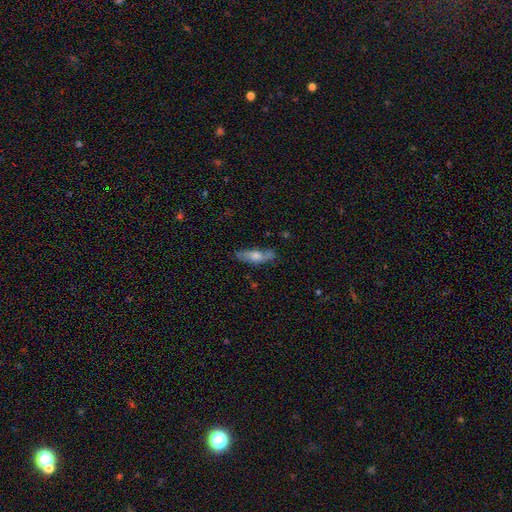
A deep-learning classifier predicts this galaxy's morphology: smooth-or-featured: featured or disk: 48% | smooth: 44% | star or artifact: 8%
  merging: none: 76% | minor disturbance: 18% | major disturbance: 5% | merger: 2%